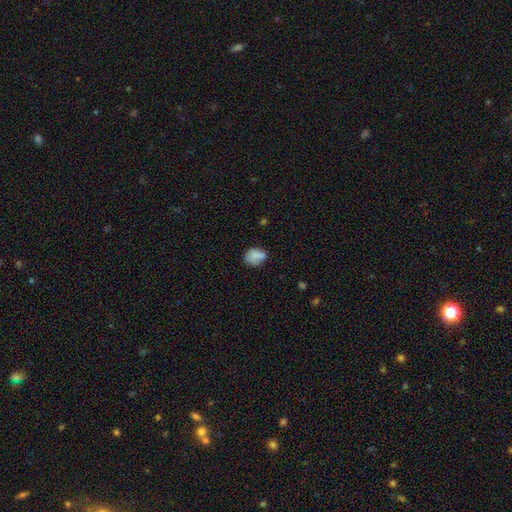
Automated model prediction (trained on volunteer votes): Smooth or featured?
  - smooth: 78% *
  - featured or disk: 12%
  - star or artifact: 10%
How rounded?
  - in between: 64% *
  - round: 35%
  - cigar-shaped: 1%
Merging?
  - none: 55% *
  - minor disturbance: 29%
  - major disturbance: 11%
  - merger: 5%